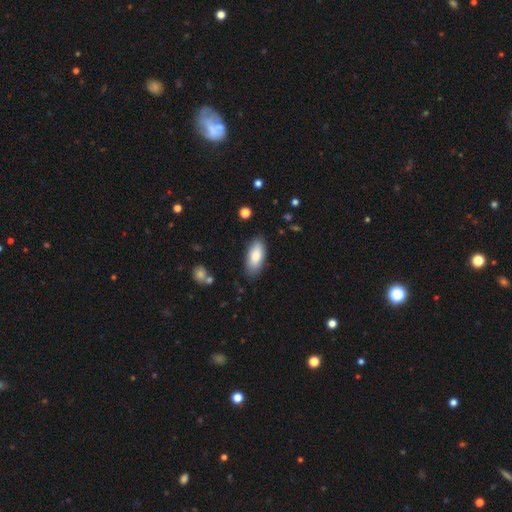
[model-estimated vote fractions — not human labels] A smooth galaxy with no disk features (83%) that is in between round and cigar-shaped (86%).

Vote fractions:
- Smooth or featured? smooth: 83% / featured or disk: 11% / star or artifact: 6%
- How rounded? in between: 86% / cigar-shaped: 12% / round: 2%
- Merging? none: 84% / minor disturbance: 12% / major disturbance: 3% / merger: 2%